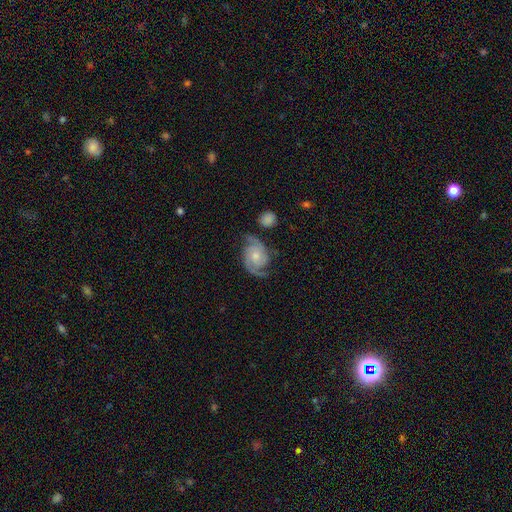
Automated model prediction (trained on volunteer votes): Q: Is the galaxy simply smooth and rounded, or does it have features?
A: featured or disk — 88%.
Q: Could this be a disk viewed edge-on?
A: no — 98%.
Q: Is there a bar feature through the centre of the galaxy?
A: no — 69%.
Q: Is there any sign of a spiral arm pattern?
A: yes — 98%.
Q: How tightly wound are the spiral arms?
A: medium — 49%.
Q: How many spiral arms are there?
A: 2 — 86%.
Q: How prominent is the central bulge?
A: moderate — 48%.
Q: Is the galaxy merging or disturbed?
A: none — 71%.